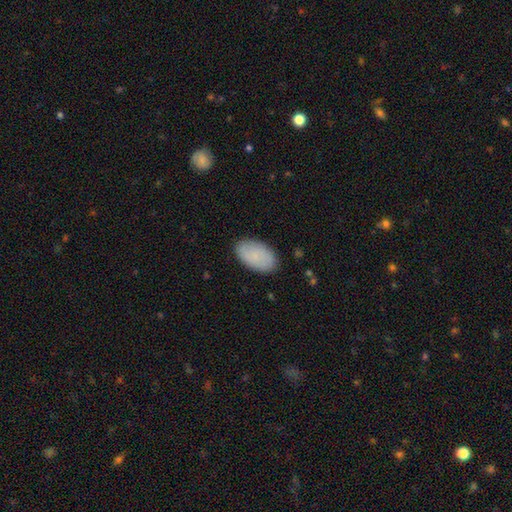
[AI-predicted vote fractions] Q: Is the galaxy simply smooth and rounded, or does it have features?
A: smooth — 82%.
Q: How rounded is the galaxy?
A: in between — 94%.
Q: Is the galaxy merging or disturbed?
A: none — 86%.